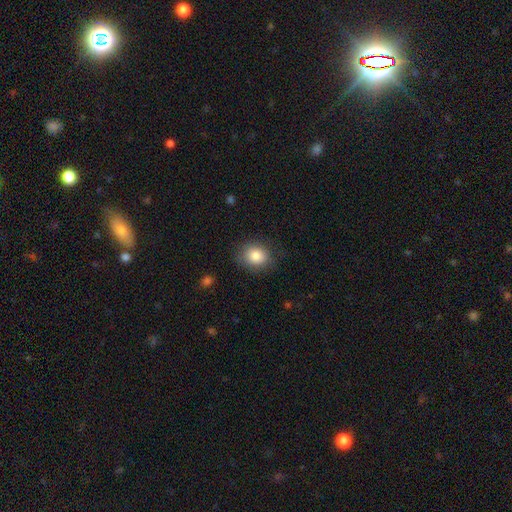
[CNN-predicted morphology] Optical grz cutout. It shows a smooth galaxy with no disk features (84%) that is round (59%). Merging: none (82%).